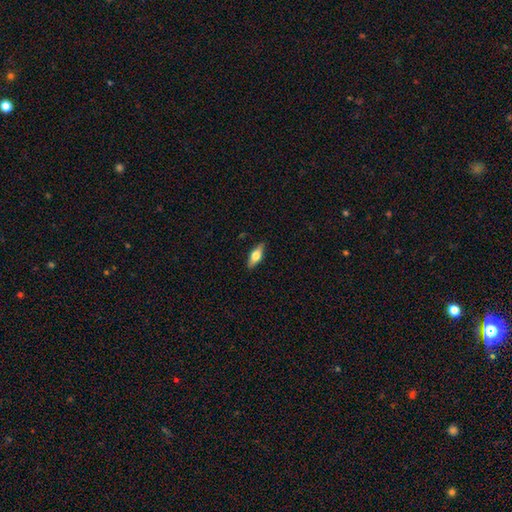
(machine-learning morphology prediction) smooth_or_featured: smooth (p=0.50) [alt: featured or disk p=0.43]
how_rounded: in between (p=0.61) [alt: cigar-shaped p=0.35]
merging: none (p=0.88) [alt: minor disturbance p=0.09]